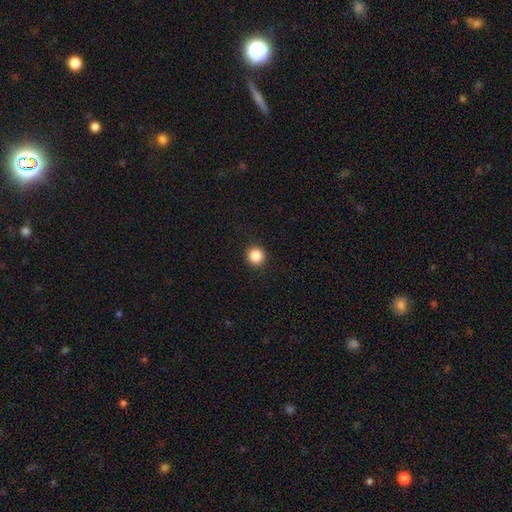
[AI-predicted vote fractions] Q: Smooth or featured?
A: smooth (87%); runner-up: star or artifact (10%)
Q: How rounded?
A: round (94%); runner-up: in between (5%)
Q: Merging?
A: none (93%); runner-up: minor disturbance (5%)